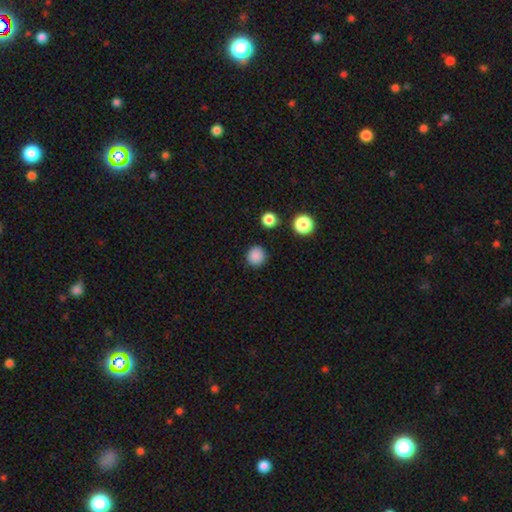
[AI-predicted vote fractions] smooth_or_featured: smooth (p=0.86) [alt: star or artifact p=0.11]
how_rounded: round (p=0.94) [alt: in between p=0.05]
merging: none (p=0.90) [alt: minor disturbance p=0.06]